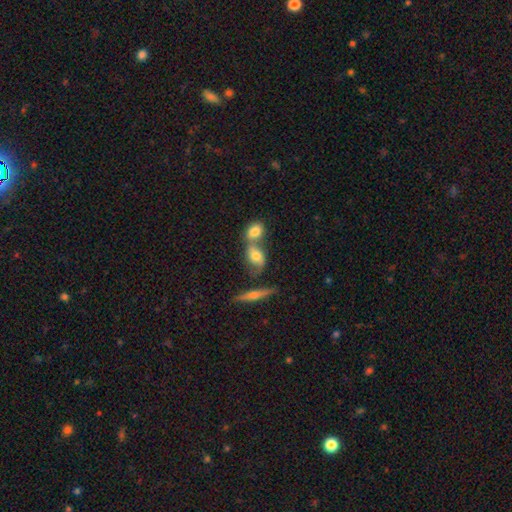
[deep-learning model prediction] Smooth or featured: smooth — 63% (featured or disk — 27%)
How rounded: in between — 64% (round — 30%)
Merging: merger — 52% (none — 34%)